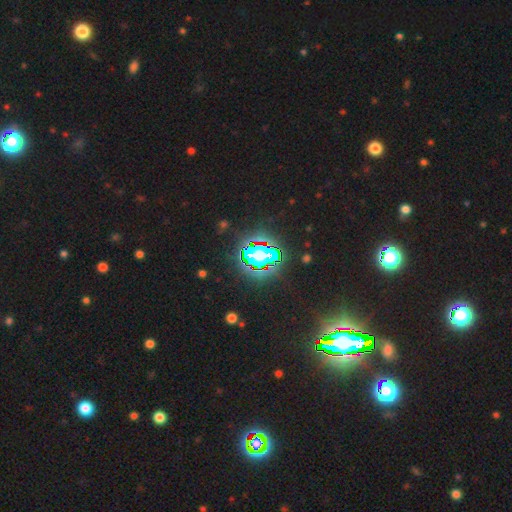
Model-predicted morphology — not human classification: A star or artifact, not a galaxy (80%).